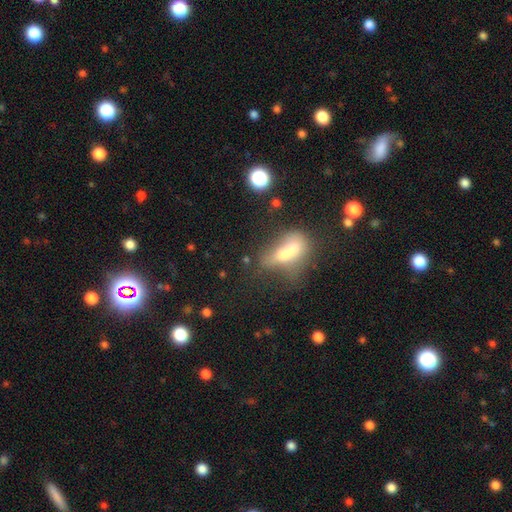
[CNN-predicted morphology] Overall: smooth (42%; featured or disk 30%). Merging: none (59%; minor disturbance 20%).